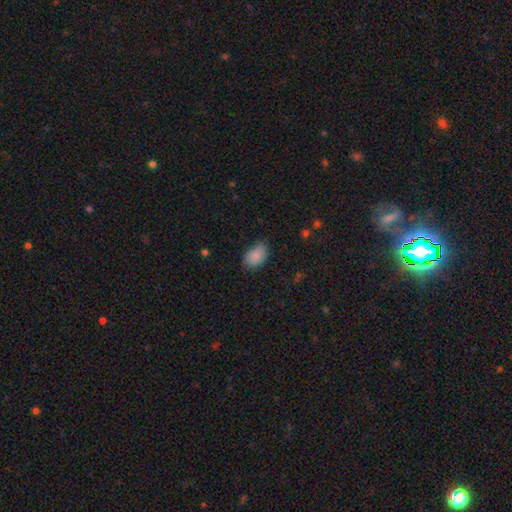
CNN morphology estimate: smooth-or-featured: smooth: 87% | star or artifact: 7% | featured or disk: 6%
  how-rounded: in between: 89% | round: 10% | cigar-shaped: 1%
  merging: none: 71% | minor disturbance: 23% | major disturbance: 4% | merger: 1%